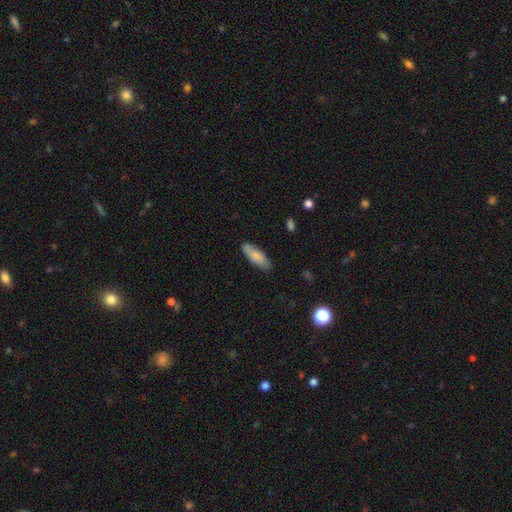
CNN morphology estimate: A smooth galaxy with no disk features (78%) that is in between round and cigar-shaped (61%). Merging: none (83%).